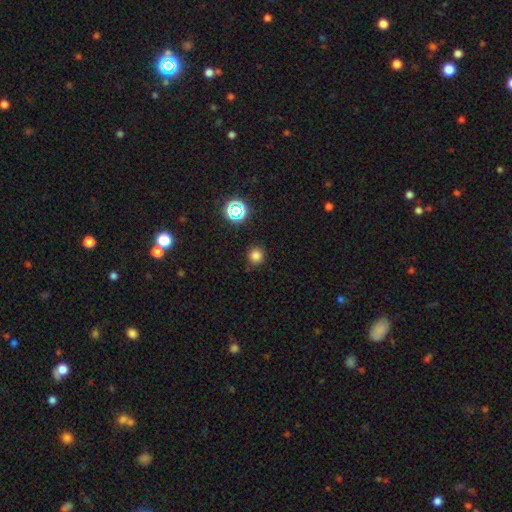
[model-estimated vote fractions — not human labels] Smooth or featured: smooth — 77% (star or artifact — 18%)
How rounded: round — 93% (in between — 6%)
Merging: none — 87% (minor disturbance — 9%)